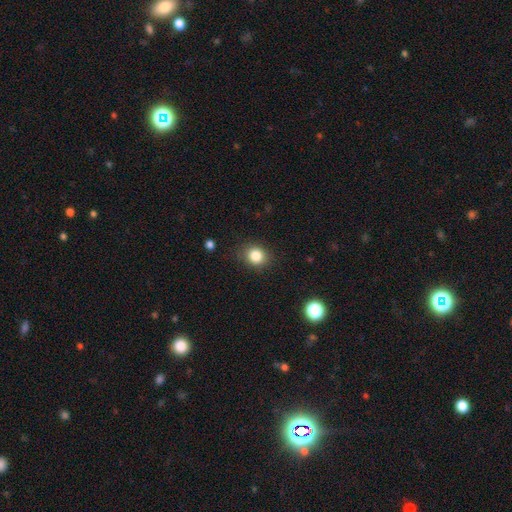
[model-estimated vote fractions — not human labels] Q: Smooth or featured?
A: smooth (84%); runner-up: star or artifact (11%)
Q: How rounded?
A: round (68%); runner-up: in between (31%)
Q: Merging?
A: none (85%); runner-up: minor disturbance (11%)